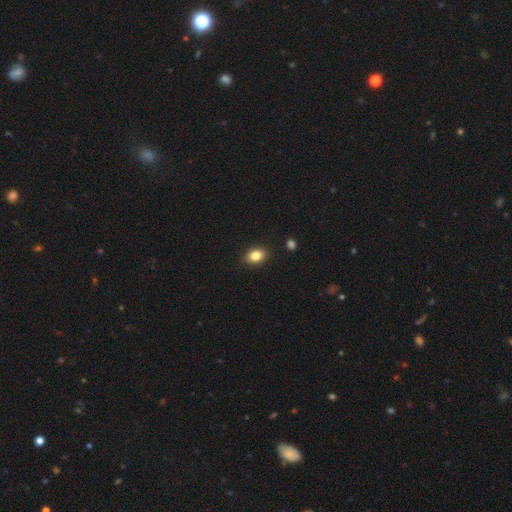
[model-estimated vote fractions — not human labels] Overall: smooth (85%). How rounded: in between (76%). Merging: none (89%).